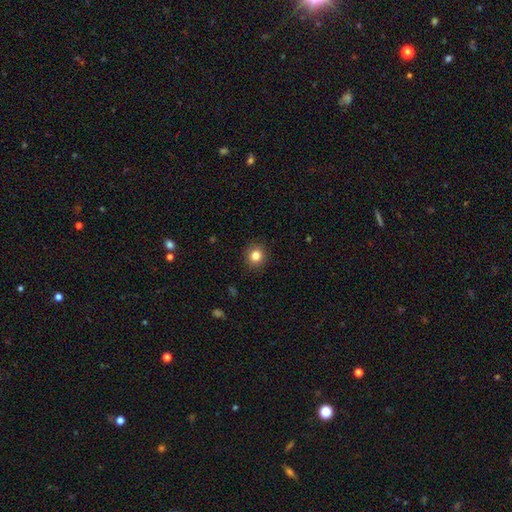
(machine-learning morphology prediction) smooth 83%, star or artifact 11%, featured or disk 6%. Down the decision tree: how rounded — round (85%); merging — none (90%).